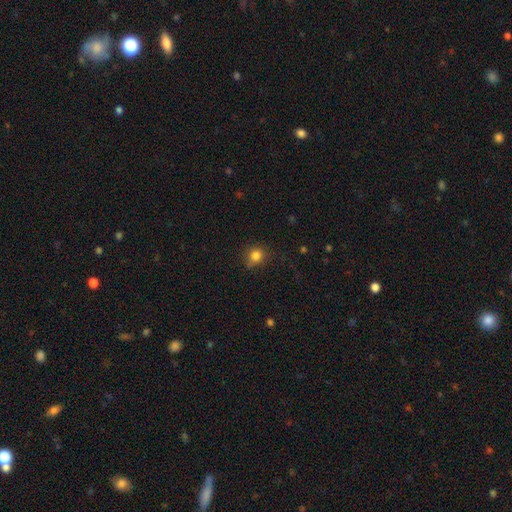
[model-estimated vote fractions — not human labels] Smooth or featured? Predicted: smooth (p=0.82). How rounded? Predicted: round (p=0.82). Merging? Predicted: none (p=0.74).